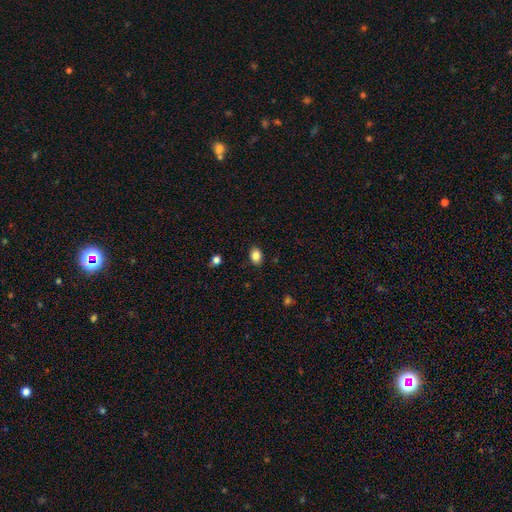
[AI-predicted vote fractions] Overall: smooth (85%). How rounded: in between (73%). Merging: none (87%).